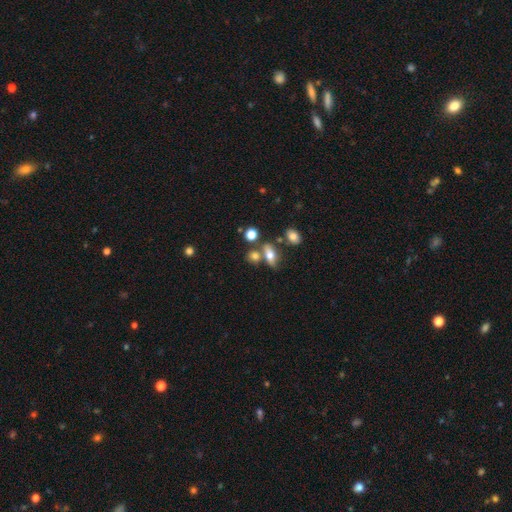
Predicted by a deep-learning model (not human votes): Smooth or featured: smooth — 60% (featured or disk — 24%)
How rounded: in between — 59% (round — 28%)
Merging: none — 58% (merger — 25%)